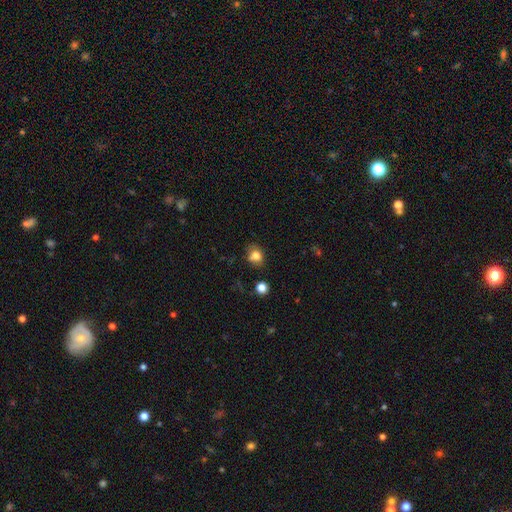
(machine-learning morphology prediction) Q: Smooth or featured?
A: smooth (78%); runner-up: star or artifact (12%)
Q: How rounded?
A: round (54%); runner-up: in between (45%)
Q: Merging?
A: none (65%); runner-up: minor disturbance (23%)